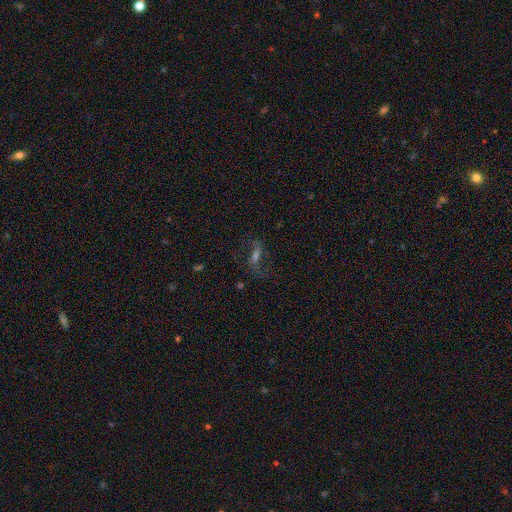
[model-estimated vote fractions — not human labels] The model was most divided on "smooth or featured": featured or disk: 59%, smooth: 21%, star or artifact: 20%. More confident: edge-on disk — no (84%); merging — none (69%).